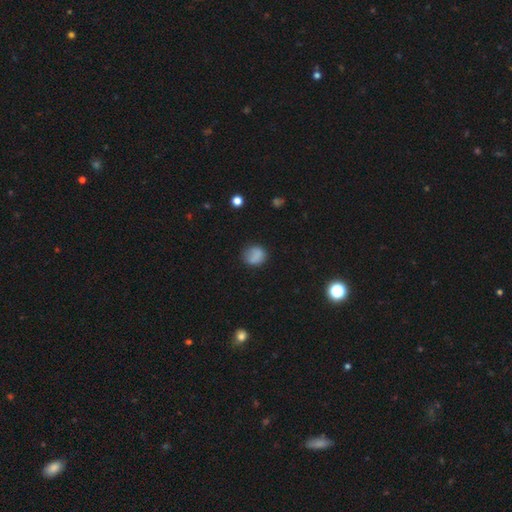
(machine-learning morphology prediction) Smooth or featured? smooth (82%)
How rounded? round (75%)
Merging? none (75%)